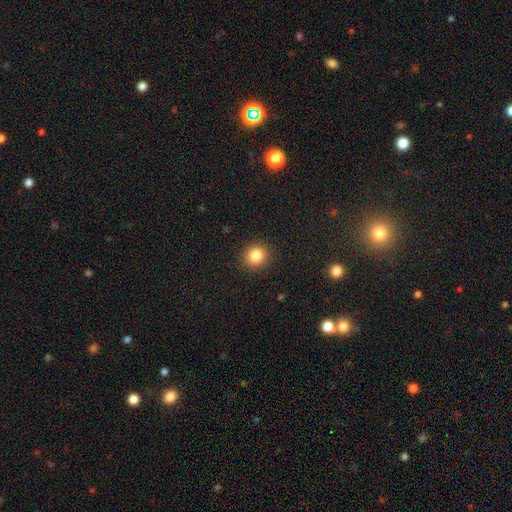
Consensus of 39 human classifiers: Overall: smooth (85%). How rounded: round (85%). Merging: none (92%).